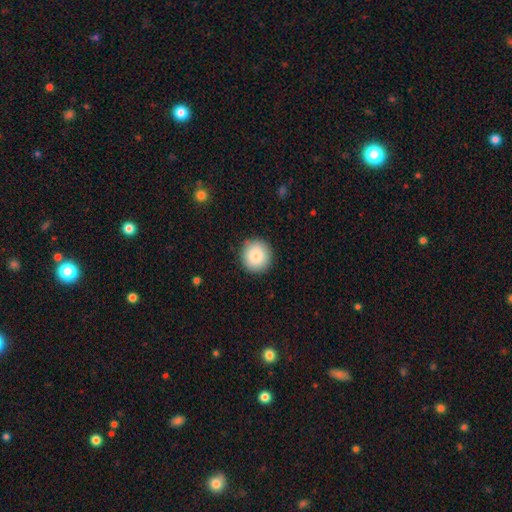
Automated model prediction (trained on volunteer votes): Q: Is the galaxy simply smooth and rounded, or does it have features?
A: smooth — 85%.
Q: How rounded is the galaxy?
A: round — 93%.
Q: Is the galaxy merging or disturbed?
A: none — 90%.